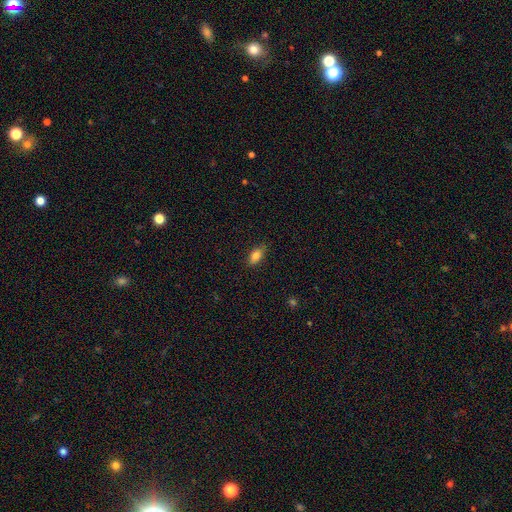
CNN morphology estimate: smooth-or-featured: smooth: 83% | featured or disk: 8% | star or artifact: 8%
  how-rounded: in between: 86% | cigar-shaped: 9% | round: 5%
  merging: none: 83% | minor disturbance: 13% | major disturbance: 3% | merger: 1%